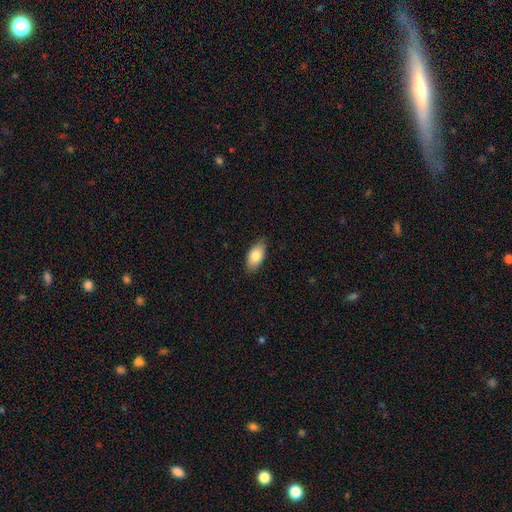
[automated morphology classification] This appears to be a smooth galaxy with no disk features (82%) that is in between round and cigar-shaped (92%). Merging: none (85%).